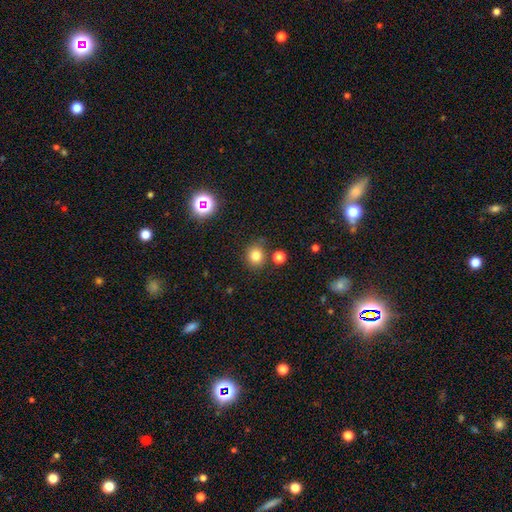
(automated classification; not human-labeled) smooth_or_featured: smooth (p=0.80) [alt: star or artifact p=0.14]
how_rounded: round (p=0.83) [alt: in between p=0.16]
merging: none (p=0.79) [alt: minor disturbance p=0.11]